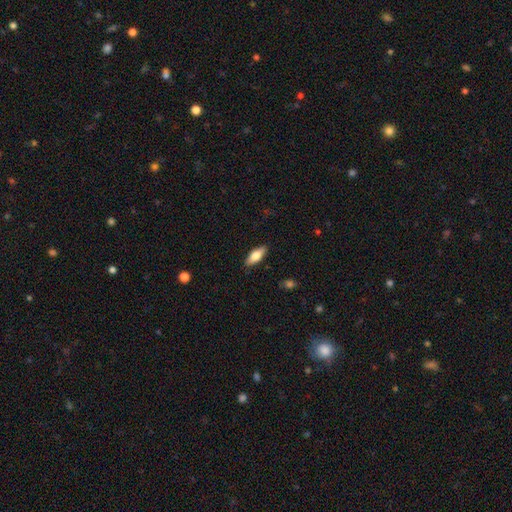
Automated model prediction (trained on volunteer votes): Smooth or featured?
  - smooth: 70% *
  - featured or disk: 24%
  - star or artifact: 6%
How rounded?
  - in between: 71% *
  - cigar-shaped: 26%
  - round: 2%
Merging?
  - none: 88% *
  - minor disturbance: 9%
  - major disturbance: 2%
  - merger: 1%